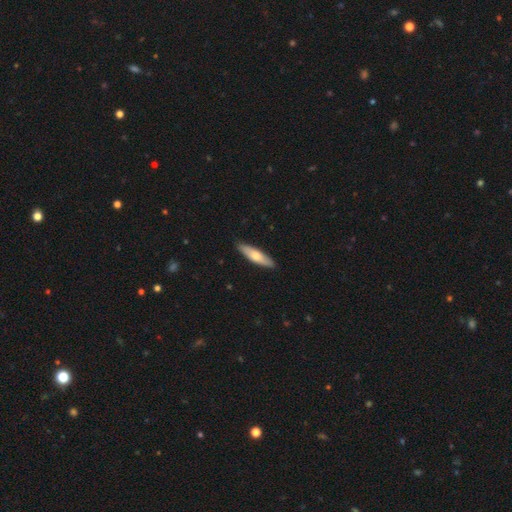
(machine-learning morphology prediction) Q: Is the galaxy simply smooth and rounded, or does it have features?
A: smooth — 65%.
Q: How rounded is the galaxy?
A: cigar-shaped — 67%.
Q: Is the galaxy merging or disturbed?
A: none — 89%.